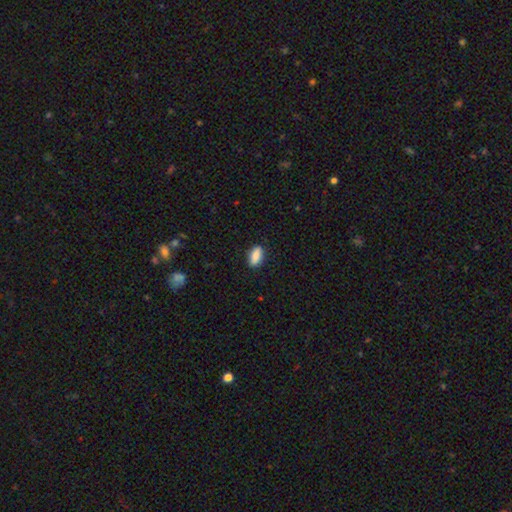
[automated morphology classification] type=smooth (84%); roundness=in between (84%); merging=none (87%).